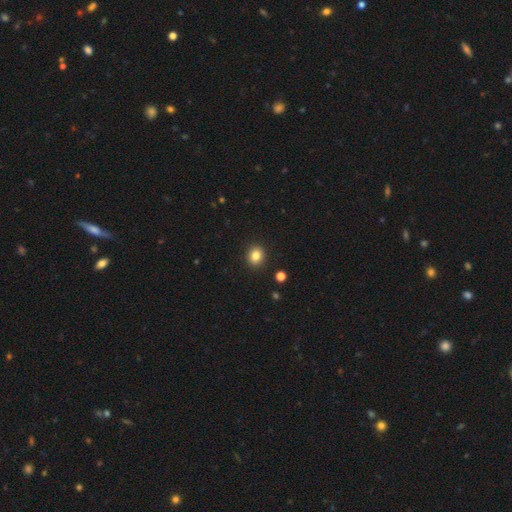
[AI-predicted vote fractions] This appears to be a smooth galaxy with no disk features (83%) that is round (73%). Merging: none (91%).